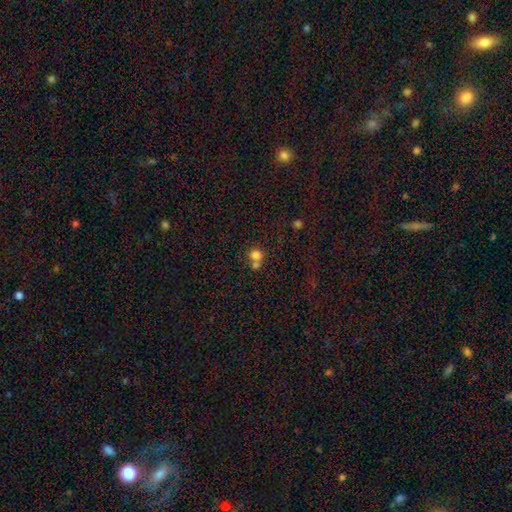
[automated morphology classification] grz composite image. It shows a smooth galaxy with no disk features (77%) that is round (80%). Merging: merger (48%).